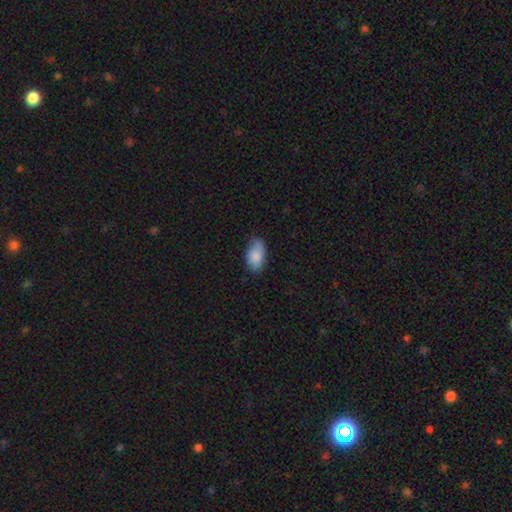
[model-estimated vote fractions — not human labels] Smooth or featured?
  - smooth: 86% *
  - featured or disk: 8%
  - star or artifact: 7%
How rounded?
  - in between: 93% *
  - round: 4%
  - cigar-shaped: 2%
Merging?
  - none: 70% *
  - minor disturbance: 25%
  - major disturbance: 4%
  - merger: 1%